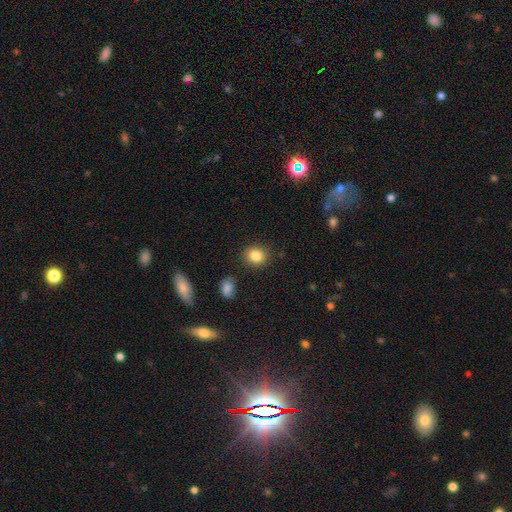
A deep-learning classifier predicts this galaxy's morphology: smooth_or_featured: smooth (p=0.85) [alt: star or artifact p=0.10]
how_rounded: round (p=0.72) [alt: in between p=0.27]
merging: none (p=0.86) [alt: minor disturbance p=0.09]